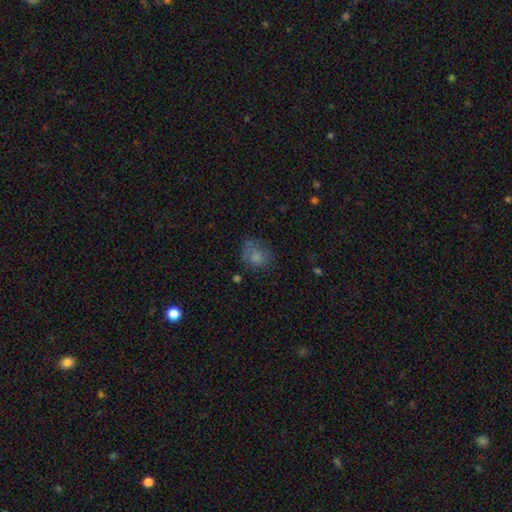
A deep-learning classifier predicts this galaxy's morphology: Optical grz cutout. It shows a smooth galaxy with no disk features (73%) that is round (57%). Merging: none (51%).